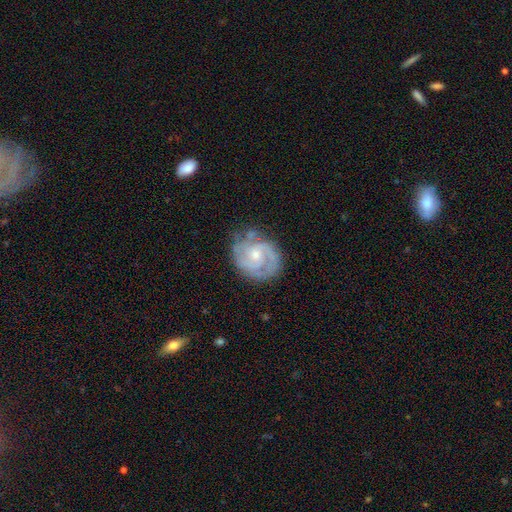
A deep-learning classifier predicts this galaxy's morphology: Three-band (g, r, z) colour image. It shows a featured or disk galaxy (86%) with no bar (62%), 2 (58%) tight (54%) spiral arms (96%) and a small central bulge (54%). Merging: none (71%).